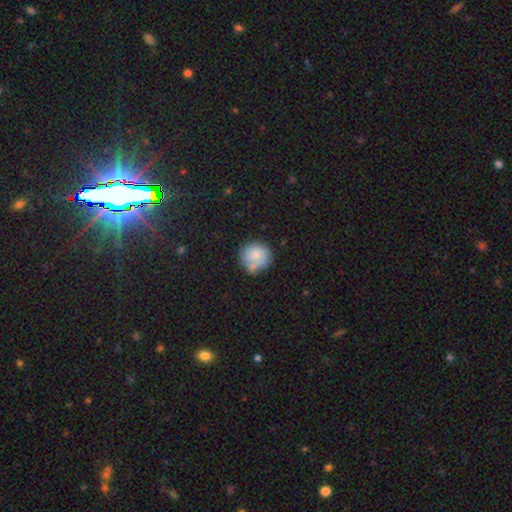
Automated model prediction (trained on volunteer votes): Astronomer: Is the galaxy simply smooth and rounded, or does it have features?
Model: smooth — 78%.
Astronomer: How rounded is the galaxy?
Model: round — 88%.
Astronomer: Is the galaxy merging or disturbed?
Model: none — 57%.